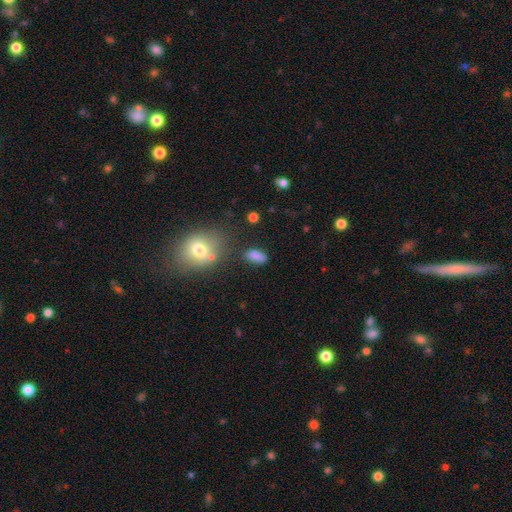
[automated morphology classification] This is clearly a smooth galaxy (81%). How rounded: clearly in between (86%). Merging: likely none (69%).